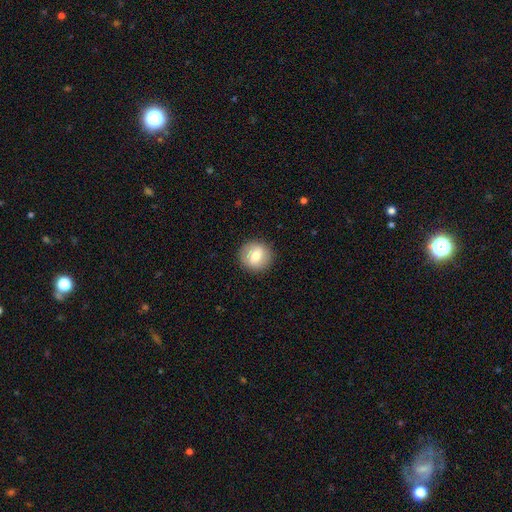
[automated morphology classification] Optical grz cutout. It shows a smooth galaxy with no disk features (72%) that is round (91%). Merging: none (90%).